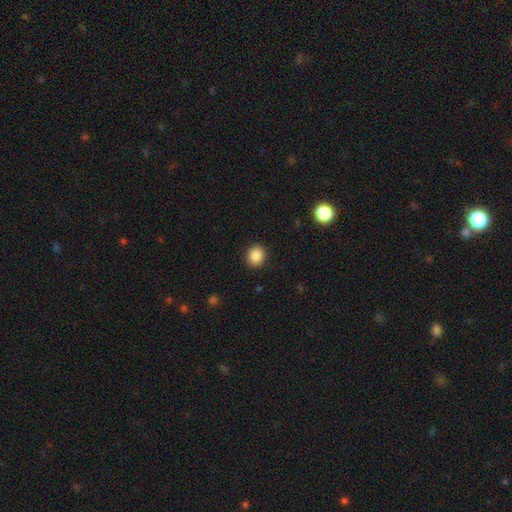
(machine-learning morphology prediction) Smooth or featured?
  - smooth: 86% *
  - star or artifact: 9%
  - featured or disk: 4%
How rounded?
  - round: 78% *
  - in between: 21%
  - cigar-shaped: 1%
Merging?
  - none: 91% *
  - minor disturbance: 6%
  - major disturbance: 2%
  - merger: 1%